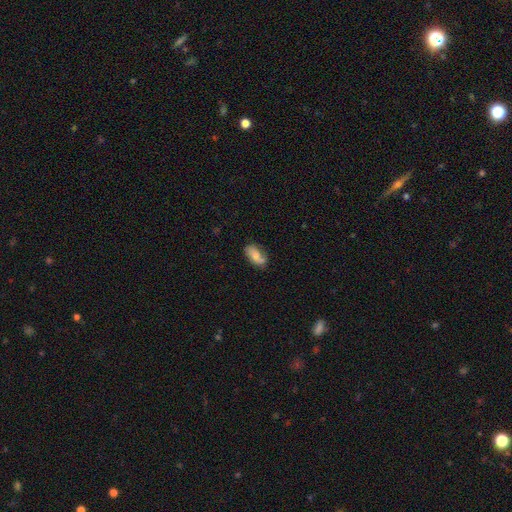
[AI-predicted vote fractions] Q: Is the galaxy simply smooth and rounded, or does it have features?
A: smooth — 62%.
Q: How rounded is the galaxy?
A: in between — 90%.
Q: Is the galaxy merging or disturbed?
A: none — 61%.